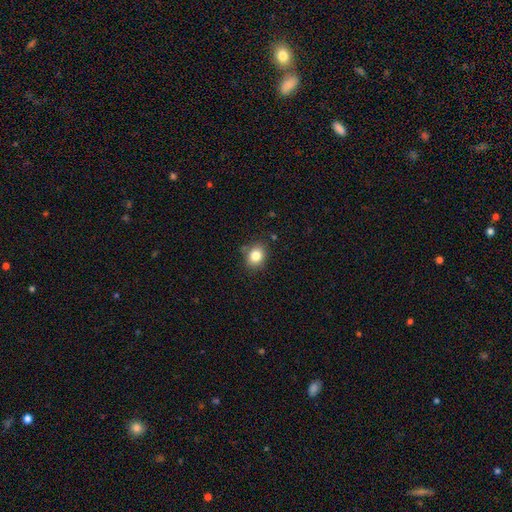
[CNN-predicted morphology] type=smooth (82%); roundness=round (59%); merging=none (80%).